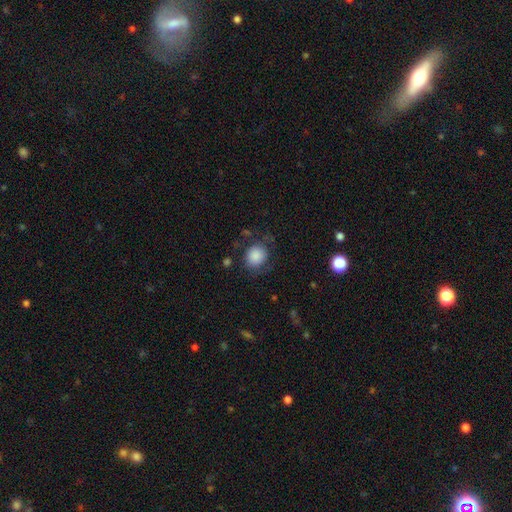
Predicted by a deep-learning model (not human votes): A smooth galaxy with no disk features (81%) that is round (75%). Merging: none (64%).